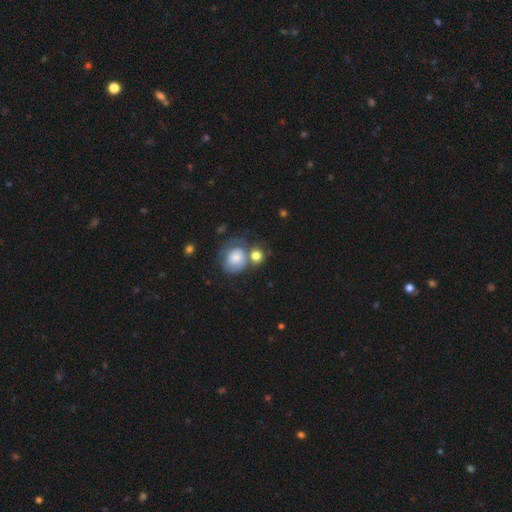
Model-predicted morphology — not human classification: This is likely a smooth galaxy (73%). How rounded: likely round (77%). Merging: marginally merger (41%).